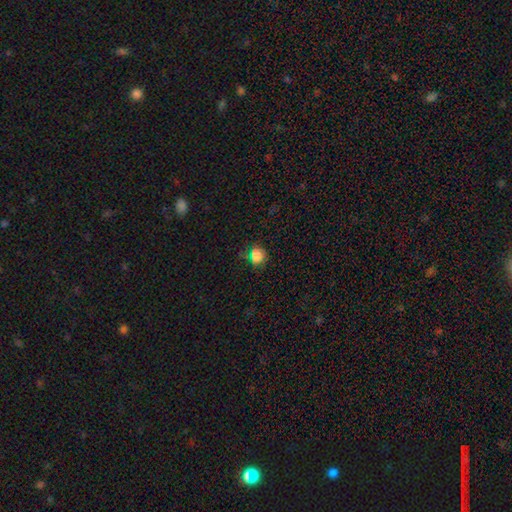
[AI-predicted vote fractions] This appears to be a smooth galaxy with no disk features (77%) that is round (78%). Merging: none (77%).